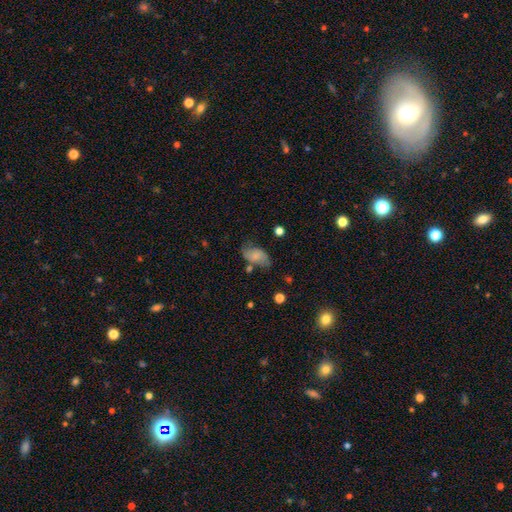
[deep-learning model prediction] Smooth or featured? Predicted: smooth (p=0.67). How rounded? Predicted: in between (p=0.91). Merging? Predicted: none (p=0.53).